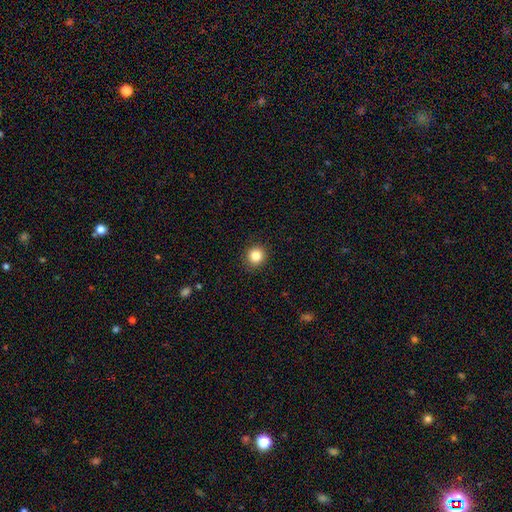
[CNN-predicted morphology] A smooth galaxy with no disk features (84%) that is round (92%).

Vote fractions:
- Smooth or featured? smooth: 84% / star or artifact: 11% / featured or disk: 5%
- How rounded? round: 92% / in between: 7% / cigar-shaped: 1%
- Merging? none: 91% / minor disturbance: 6% / major disturbance: 2% / merger: 1%